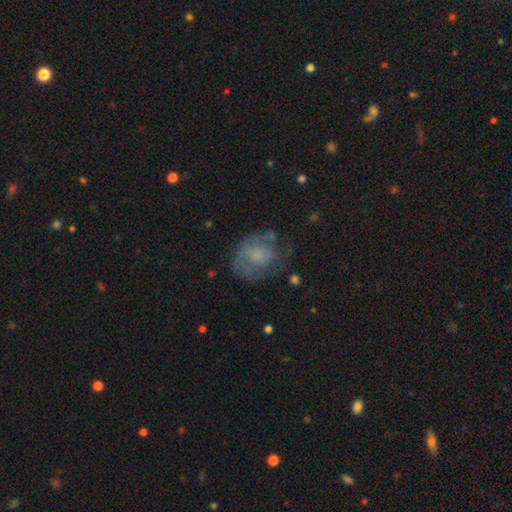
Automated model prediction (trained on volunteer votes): Smooth or featured? Predicted: smooth (p=0.46). Merging? Predicted: none (p=0.53).